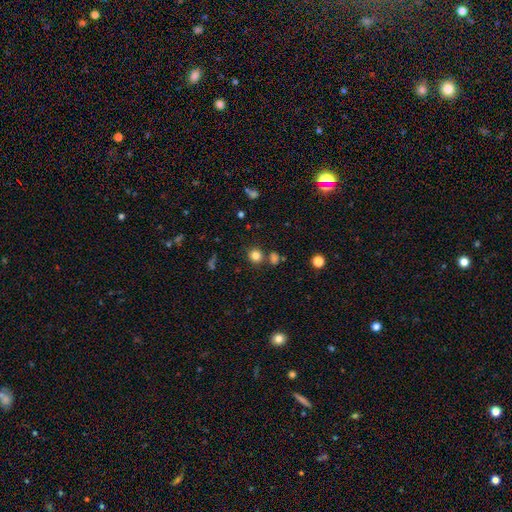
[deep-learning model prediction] A smooth galaxy with no disk features (82%) that is round (89%).

Vote fractions:
- Smooth or featured? smooth: 82% / star or artifact: 13% / featured or disk: 5%
- How rounded? round: 89% / in between: 10% / cigar-shaped: 1%
- Merging? none: 79% / merger: 10% / minor disturbance: 8% / major disturbance: 3%